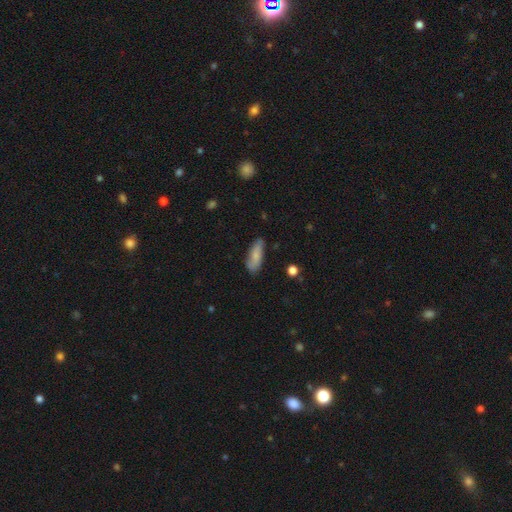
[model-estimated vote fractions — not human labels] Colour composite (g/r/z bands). It shows a smooth galaxy with no disk features (75%) that is in between round and cigar-shaped (68%). Merging: none (75%).